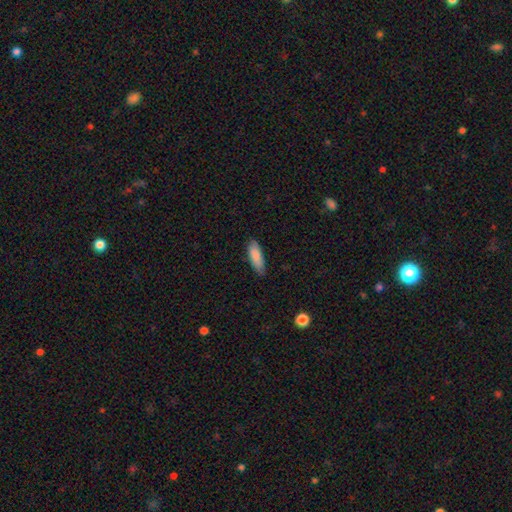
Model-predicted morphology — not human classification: smooth_or_featured: smooth (p=0.88) [alt: featured or disk p=0.07]
how_rounded: in between (p=0.60) [alt: cigar-shaped p=0.39]
merging: none (p=0.82) [alt: minor disturbance p=0.15]